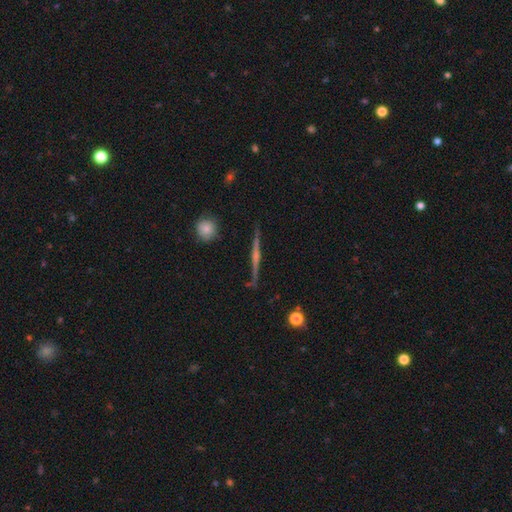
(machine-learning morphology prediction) featured or disk 77%, smooth 15%, star or artifact 7%. Down the decision tree: edge-on disk — yes (97%); edge-on bulge — rounded (58%); merging — none (86%).